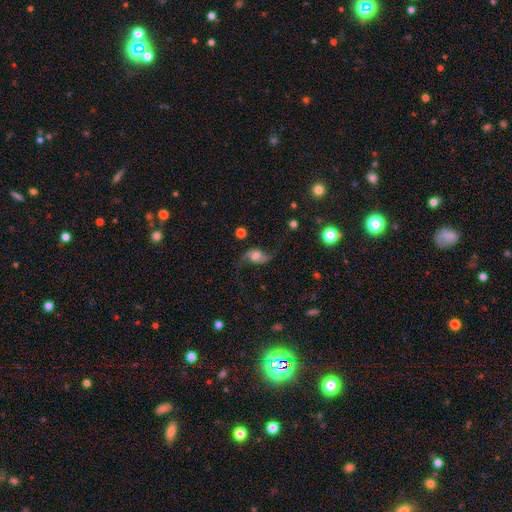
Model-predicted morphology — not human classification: smooth_or_featured: featured or disk (p=0.66) [alt: smooth p=0.25]
disk_edge_on: no (p=0.94) [alt: yes p=0.06]
bar: no (p=0.58) [alt: weak p=0.33]
has_spiral_arms: yes (p=0.92) [alt: no p=0.08]
spiral_winding: loose (p=0.86) [alt: medium p=0.11]
spiral_arm_count: 2 (p=0.91) [alt: 1 p=0.03]
bulge_size: moderate (p=0.49) [alt: large p=0.21]
merging: none (p=0.61) [alt: minor disturbance p=0.19]